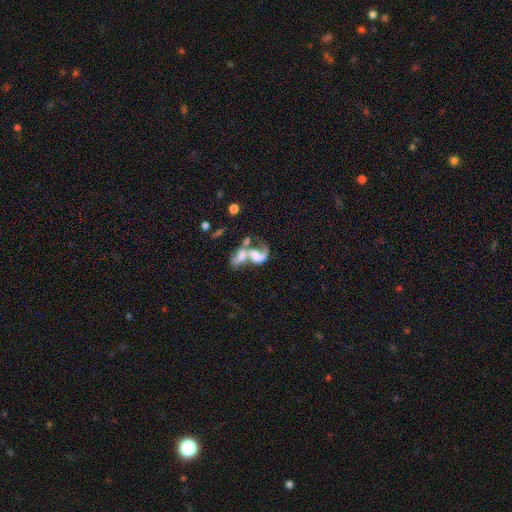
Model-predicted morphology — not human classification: type=featured or disk (61%); edge-on=no (96%); bar=no (61%); spiral arms=yes (64%); bulge=none (36%); merging=merger (70%).